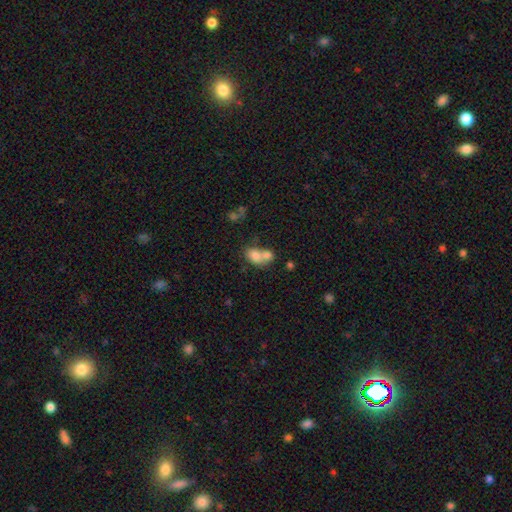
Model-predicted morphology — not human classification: The model was most divided on "merging": merger: 64%, none: 23%, minor disturbance: 8%, major disturbance: 5%. More confident: smooth or featured — smooth (75%); how rounded — in between (71%).